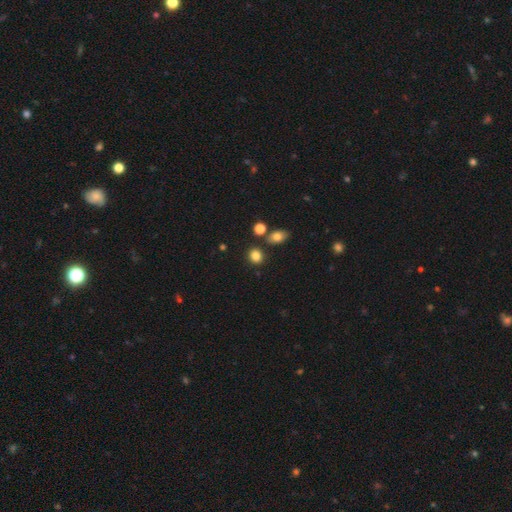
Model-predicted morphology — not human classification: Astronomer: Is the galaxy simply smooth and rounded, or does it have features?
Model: smooth — 84%.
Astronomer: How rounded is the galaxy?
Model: round — 66%.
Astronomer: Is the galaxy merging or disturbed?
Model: none — 79%.